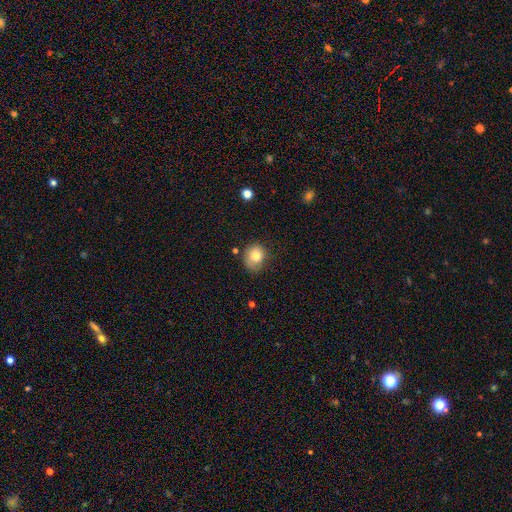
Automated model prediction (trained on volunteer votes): Smooth or featured?
  - smooth: 80% *
  - featured or disk: 11%
  - star or artifact: 10%
How rounded?
  - round: 69% *
  - in between: 30%
  - cigar-shaped: 1%
Merging?
  - none: 61% *
  - minor disturbance: 28%
  - major disturbance: 7%
  - merger: 4%